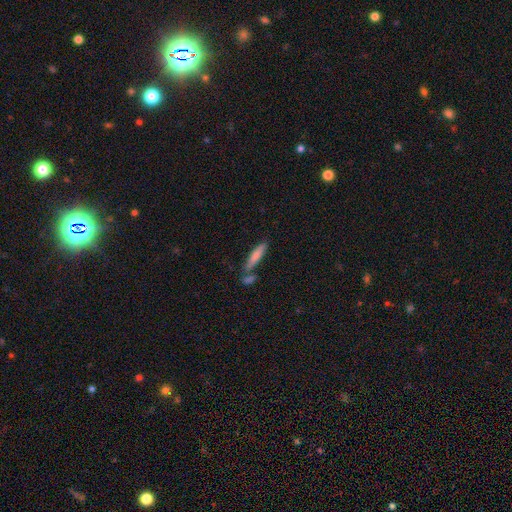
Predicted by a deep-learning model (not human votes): Overall: smooth (75%). How rounded: cigar-shaped (84%). Merging: none (64%).